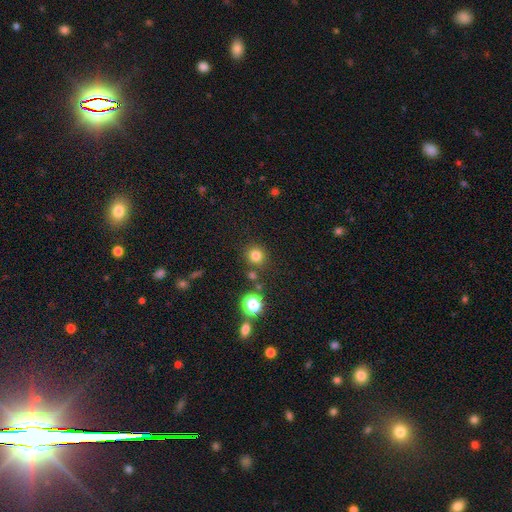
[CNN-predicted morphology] Smooth or featured? smooth (77%)
How rounded? round (92%)
Merging? none (84%)